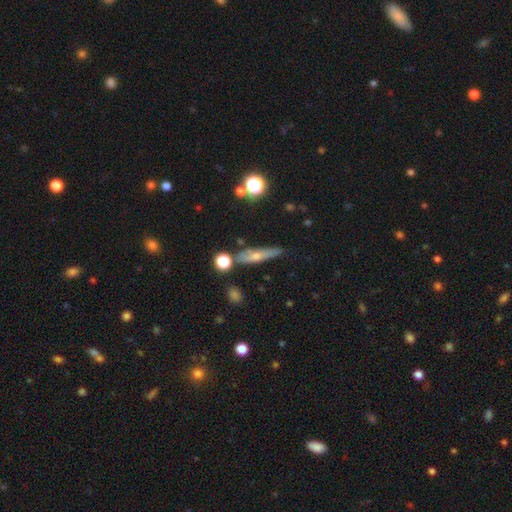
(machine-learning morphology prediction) Smooth or featured: smooth — 52% (featured or disk — 37%)
How rounded: cigar-shaped — 73% (in between — 22%)
Merging: none — 67% (minor disturbance — 19%)